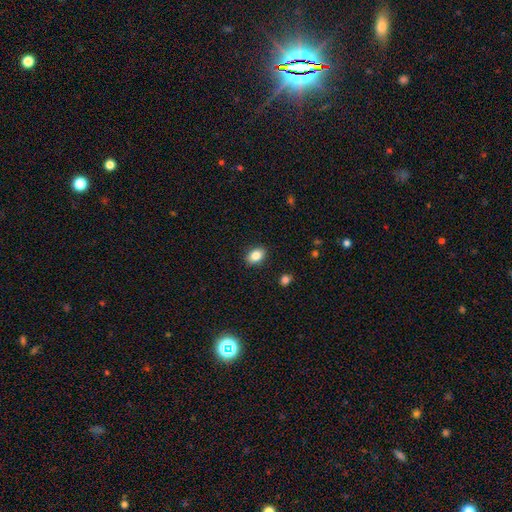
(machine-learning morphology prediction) smooth 85%, star or artifact 9%, featured or disk 7%. Down the decision tree: how rounded — in between (80%); merging — none (89%).